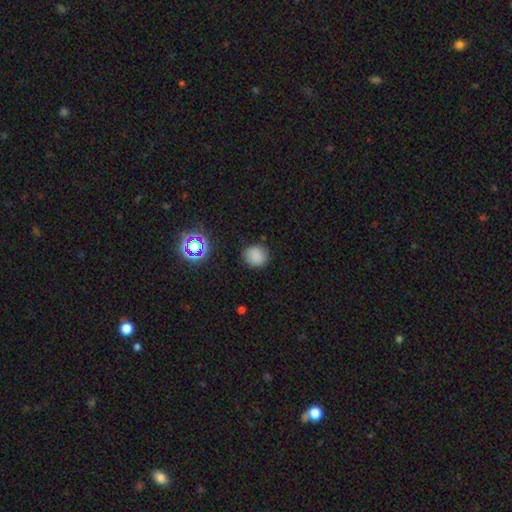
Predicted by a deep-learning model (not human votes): Overall: smooth (80%). How rounded: round (90%). Merging: none (87%).